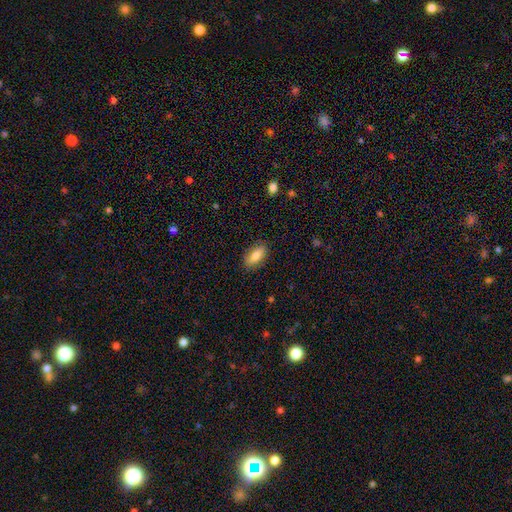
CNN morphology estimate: smooth_or_featured: smooth (p=0.79) [alt: featured or disk p=0.15]
how_rounded: in between (p=0.86) [alt: cigar-shaped p=0.10]
merging: none (p=0.86) [alt: minor disturbance p=0.11]